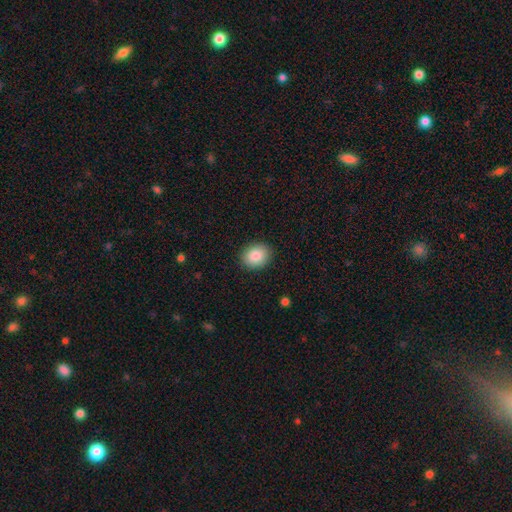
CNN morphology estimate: Smooth or featured: smooth — 87% (star or artifact — 8%)
How rounded: in between — 51% (round — 49%)
Merging: none — 89% (minor disturbance — 8%)